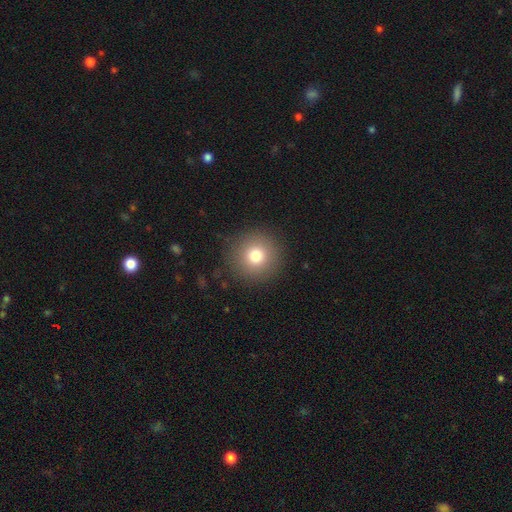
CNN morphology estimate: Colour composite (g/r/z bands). It shows a smooth galaxy with no disk features (78%) that is round (95%). Merging: none (90%).